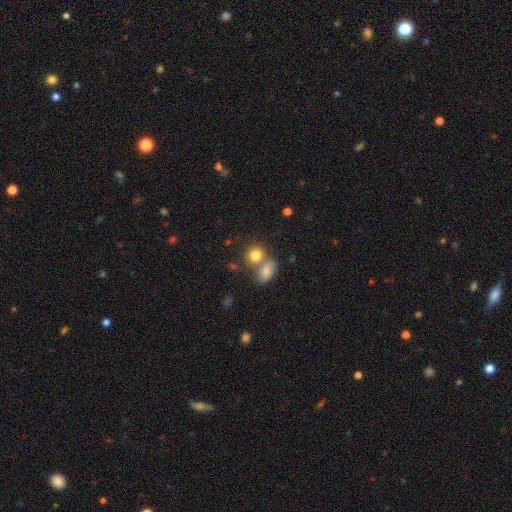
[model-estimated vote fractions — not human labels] This is clearly a smooth galaxy (81%). How rounded: likely round (72%). Merging: possibly none (48%).